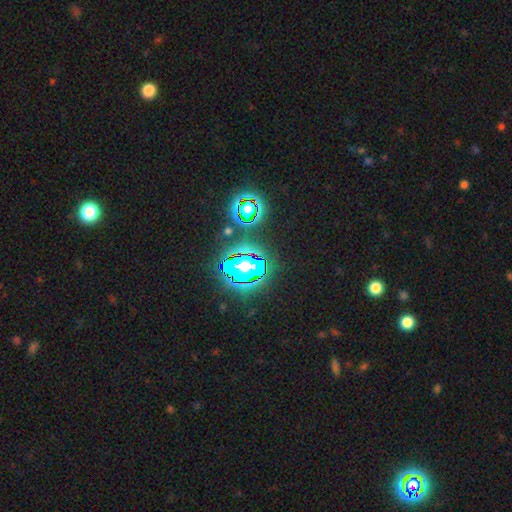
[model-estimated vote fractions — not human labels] star or artifact 81%, smooth 12%, featured or disk 7%.